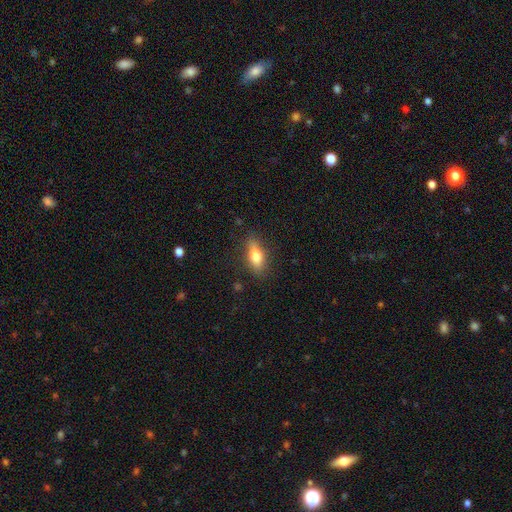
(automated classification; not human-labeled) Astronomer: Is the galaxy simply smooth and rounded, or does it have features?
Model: smooth — 73%.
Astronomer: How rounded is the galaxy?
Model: in between — 70%.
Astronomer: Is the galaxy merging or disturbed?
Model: none — 80%.